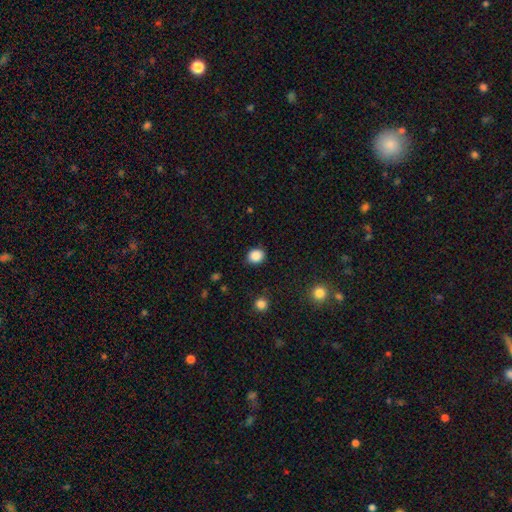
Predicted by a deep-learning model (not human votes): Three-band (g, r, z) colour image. It shows a smooth galaxy with no disk features (88%) that is round (70%). Merging: none (87%).